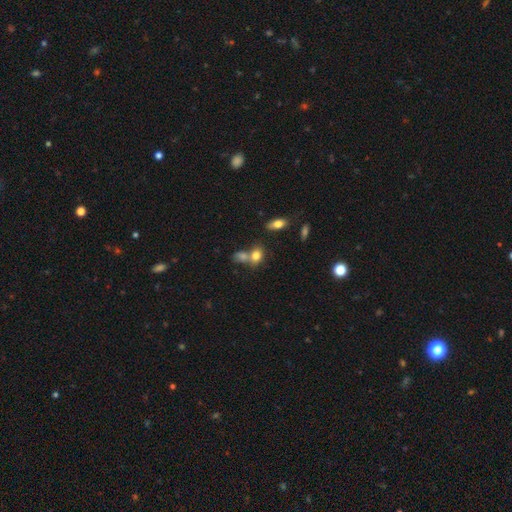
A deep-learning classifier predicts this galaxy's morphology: type=smooth (77%); roundness=in between (61%); merging=merger (45%).